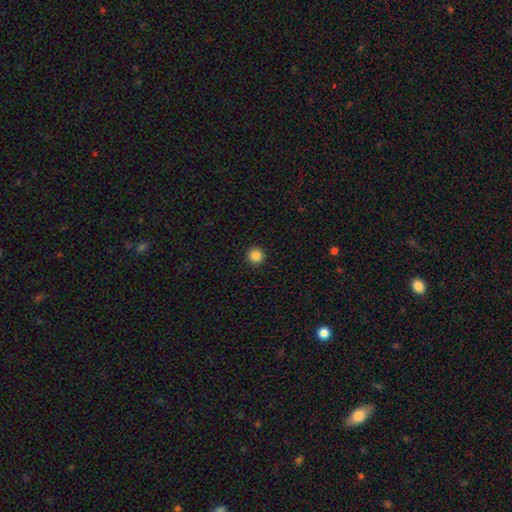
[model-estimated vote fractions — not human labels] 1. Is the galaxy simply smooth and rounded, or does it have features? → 85% smooth, 11% star or artifact, 4% featured or disk.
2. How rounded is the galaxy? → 96% round, 3% in between, 1% cigar-shaped.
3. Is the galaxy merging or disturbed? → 94% none, 4% minor disturbance, 1% major disturbance, 1% merger.